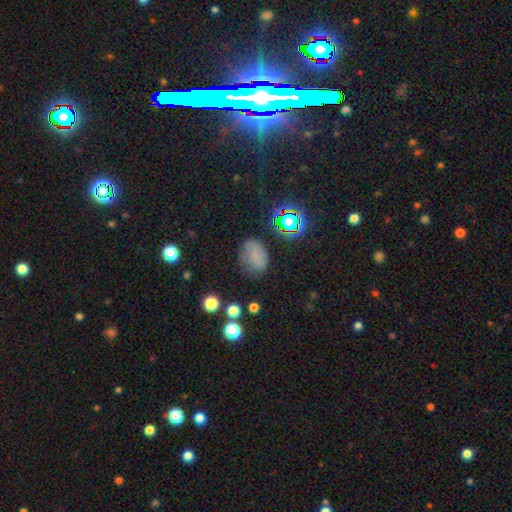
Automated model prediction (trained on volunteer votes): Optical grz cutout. It shows a smooth galaxy with no disk features (66%) that is in between round and cigar-shaped (68%). Merging: none (61%).